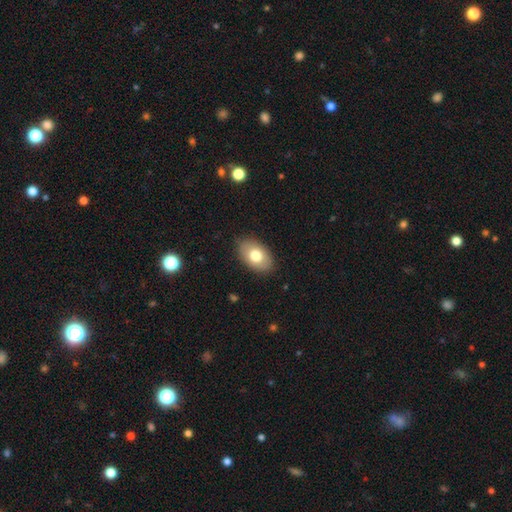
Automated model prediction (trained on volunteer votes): A smooth galaxy with no disk features (75%) that is in between round and cigar-shaped (90%). Merging: none (86%).